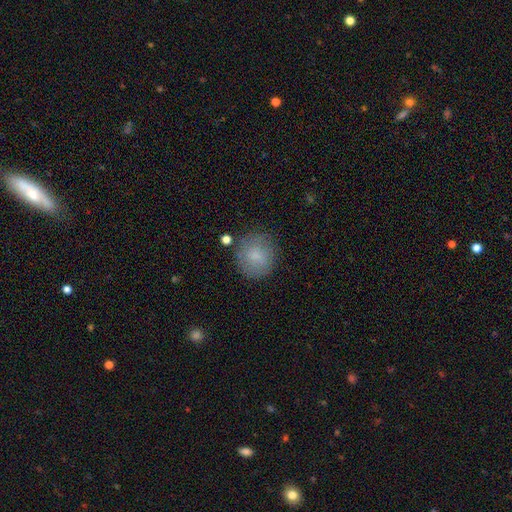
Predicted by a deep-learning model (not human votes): A smooth galaxy with no disk features (78%) that is round (83%).

Vote fractions:
- Smooth or featured? smooth: 78% / featured or disk: 14% / star or artifact: 8%
- How rounded? round: 83% / in between: 16% / cigar-shaped: 1%
- Merging? none: 74% / minor disturbance: 17% / major disturbance: 5% / merger: 3%